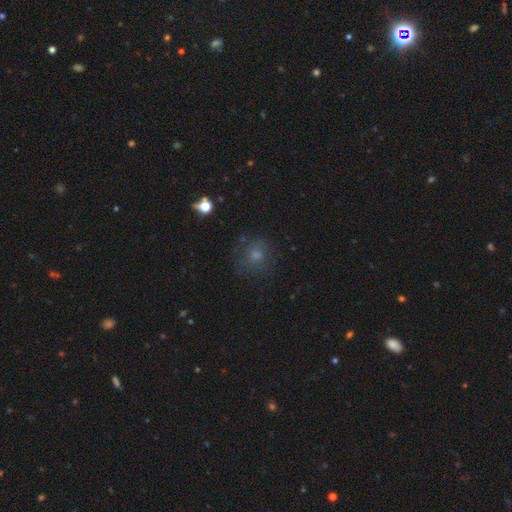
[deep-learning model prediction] Smooth or featured: smooth — 60% (featured or disk — 22%)
How rounded: round — 78% (in between — 21%)
Merging: none — 68% (minor disturbance — 17%)